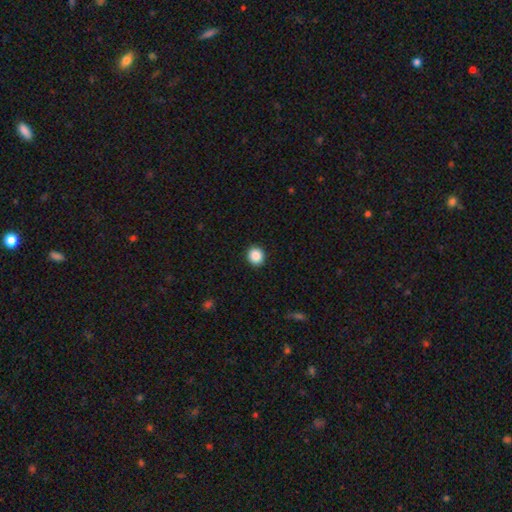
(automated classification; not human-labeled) Smooth or featured?
  - smooth: 88% *
  - star or artifact: 9%
  - featured or disk: 3%
How rounded?
  - round: 88% *
  - in between: 11%
  - cigar-shaped: 1%
Merging?
  - none: 92% *
  - minor disturbance: 5%
  - major disturbance: 2%
  - merger: 1%